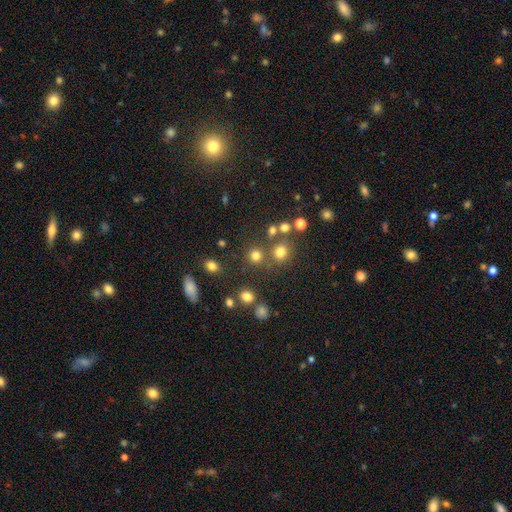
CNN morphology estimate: A smooth galaxy with no disk features (76%) that is round (89%). Merging: none (72%).